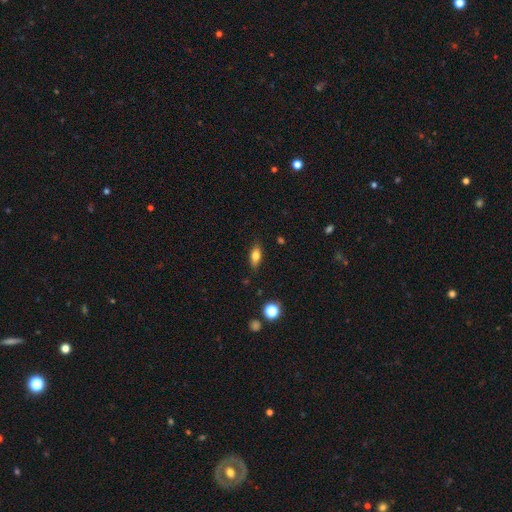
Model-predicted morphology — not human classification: A smooth galaxy with no disk features (73%) that is in between round and cigar-shaped (77%). Merging: none (82%).